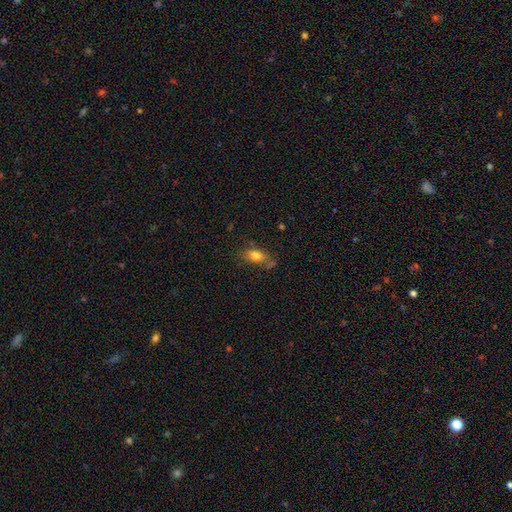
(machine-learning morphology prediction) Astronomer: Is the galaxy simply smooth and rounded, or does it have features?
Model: smooth — 75%.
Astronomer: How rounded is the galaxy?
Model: in between — 78%.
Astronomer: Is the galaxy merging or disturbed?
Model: none — 58%.